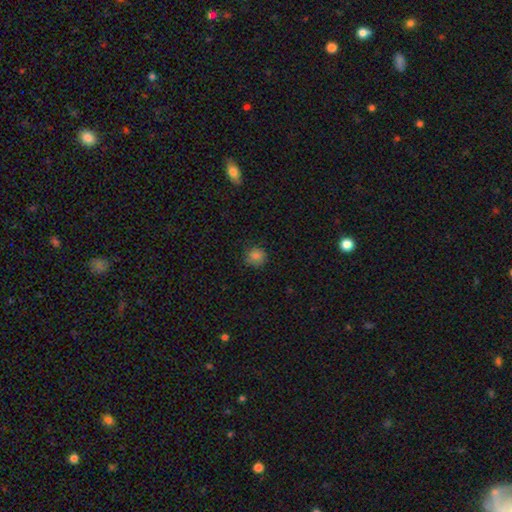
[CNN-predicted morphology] The model was most divided on "smooth or featured": smooth: 84%, star or artifact: 12%, featured or disk: 5%. More confident: how rounded — round (90%); merging — none (84%).